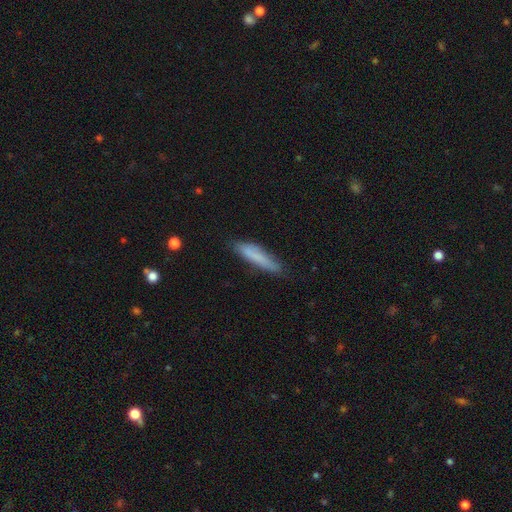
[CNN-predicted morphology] The model was most divided on "smooth or featured": smooth: 74%, featured or disk: 19%, star or artifact: 7%. More confident: how rounded — cigar-shaped (87%); merging — none (78%).